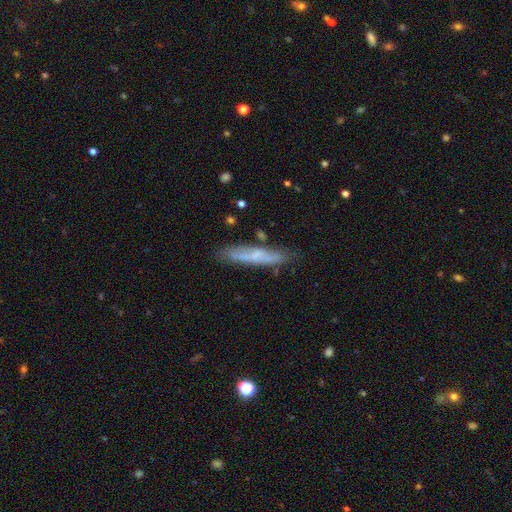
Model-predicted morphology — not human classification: The model was most divided on "smooth or featured": smooth: 50%, featured or disk: 42%, star or artifact: 7%. More confident: how rounded — cigar-shaped (90%); merging — none (77%).